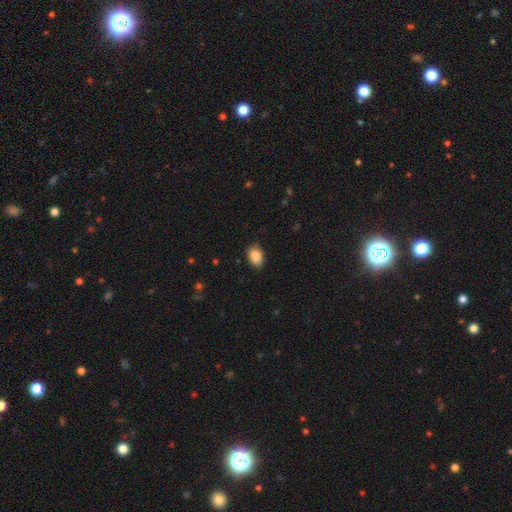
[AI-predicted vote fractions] Smooth or featured? Predicted: smooth (p=0.88). How rounded? Predicted: in between (p=0.87). Merging? Predicted: none (p=0.83).